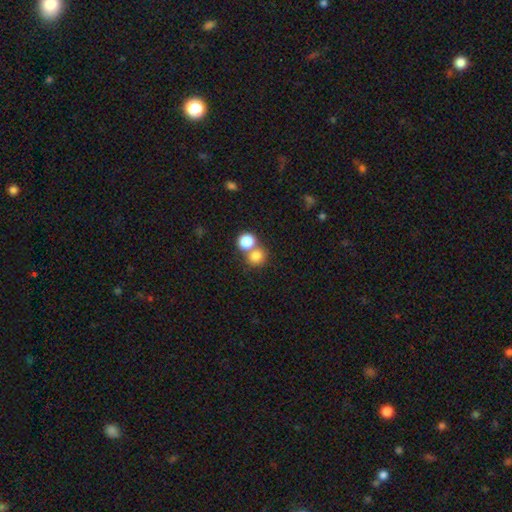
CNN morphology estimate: The model was most divided on "merging": merger: 48%, none: 43%, minor disturbance: 6%, major disturbance: 3%. More confident: how rounded — round (81%); smooth or featured — smooth (80%).